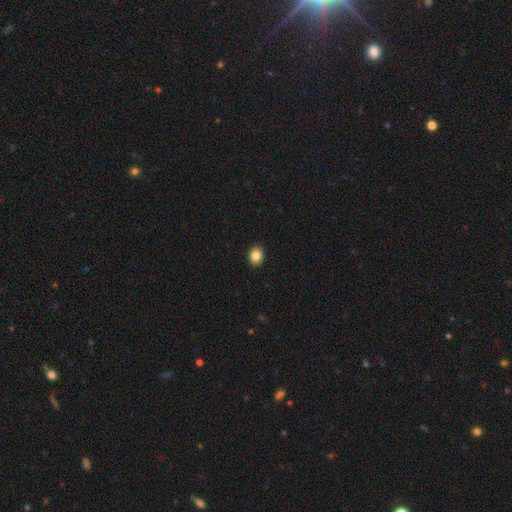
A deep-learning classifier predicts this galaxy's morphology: This appears to be a smooth galaxy with no disk features (86%) that is round (51%). Merging: none (91%).